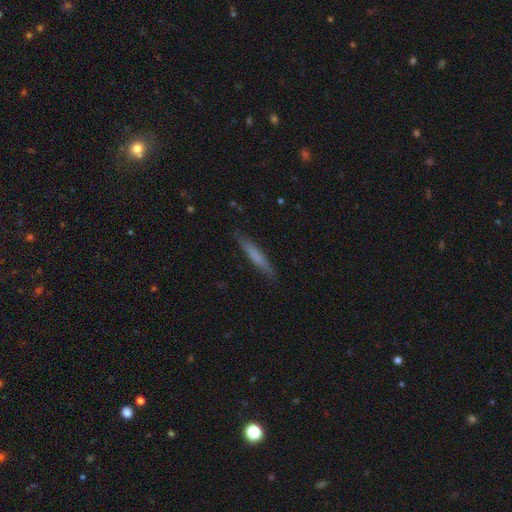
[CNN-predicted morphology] The model was most divided on "smooth or featured": smooth: 68%, featured or disk: 26%, star or artifact: 6%. More confident: how rounded — cigar-shaped (94%); merging — none (87%).